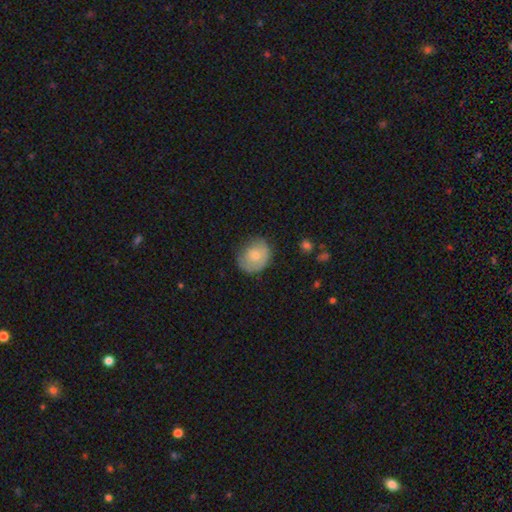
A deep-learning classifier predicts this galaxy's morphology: Q: Smooth or featured?
A: smooth (69%); runner-up: featured or disk (24%)
Q: How rounded?
A: round (63%); runner-up: in between (36%)
Q: Merging?
A: none (62%); runner-up: minor disturbance (27%)